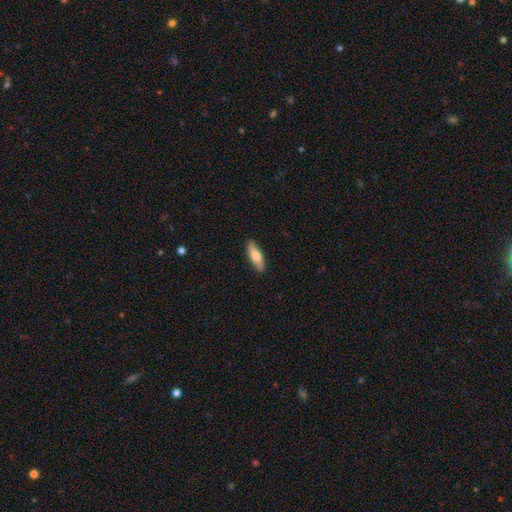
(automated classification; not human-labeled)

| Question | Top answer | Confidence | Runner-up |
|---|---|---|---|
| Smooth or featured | smooth | 73% | featured or disk (21%) |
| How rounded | in between | 53% | cigar-shaped (44%) |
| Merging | none | 88% | minor disturbance (9%) |